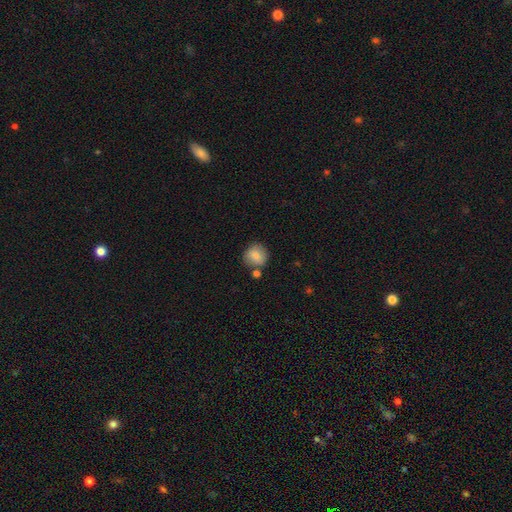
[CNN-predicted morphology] Smooth or featured? smooth (82%)
How rounded? round (88%)
Merging? none (73%)